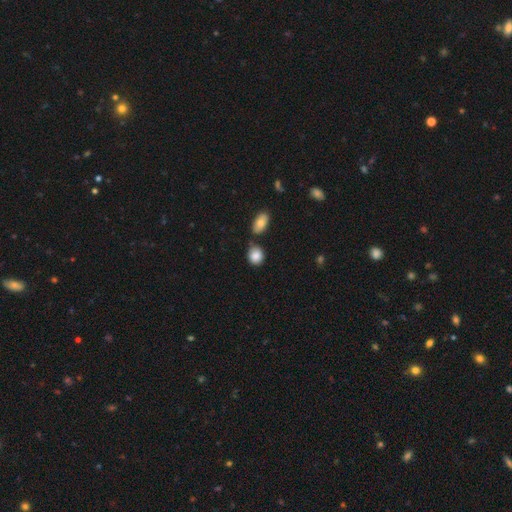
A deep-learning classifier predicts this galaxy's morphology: Smooth or featured?
  - smooth: 86% *
  - star or artifact: 8%
  - featured or disk: 6%
How rounded?
  - round: 62% *
  - in between: 37%
  - cigar-shaped: 2%
Merging?
  - none: 67% *
  - minor disturbance: 18%
  - merger: 11%
  - major disturbance: 4%